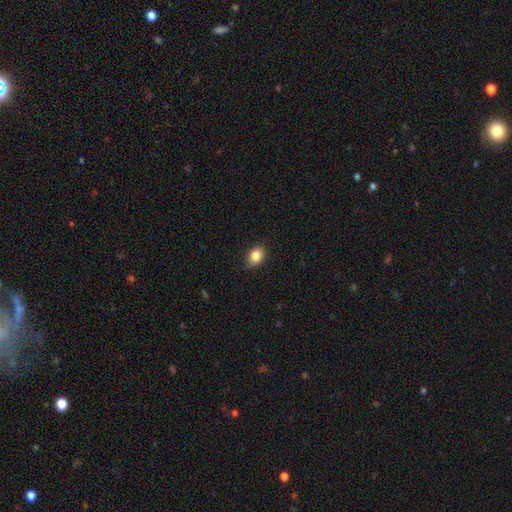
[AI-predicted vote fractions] smooth-or-featured: smooth: 85% | star or artifact: 9% | featured or disk: 6%
  how-rounded: in between: 69% | round: 29% | cigar-shaped: 1%
  merging: none: 86% | minor disturbance: 12% | major disturbance: 2% | merger: 1%